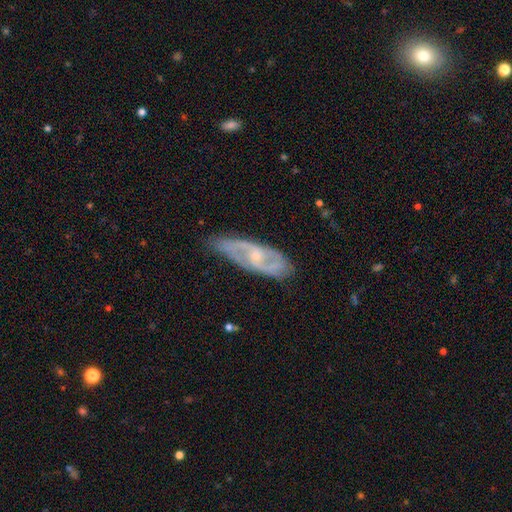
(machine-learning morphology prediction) Smooth or featured? Predicted: featured or disk (p=0.77). Edge-on disk? Predicted: no (p=0.86). Bar? Predicted: no (p=0.47). Spiral arms? Predicted: yes (p=0.88). Spiral winding? Predicted: medium (p=0.48). Spiral arm count? Predicted: 2 (p=0.72). Bulge size? Predicted: small (p=0.59). Merging? Predicted: none (p=0.69).